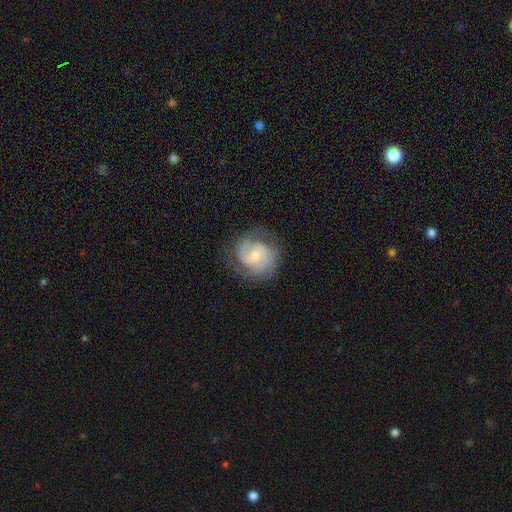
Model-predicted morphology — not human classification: A featured or disk galaxy (65%) with no bar (64%), 2 (53%) tight (43%) spiral arms (88%) and a small central bulge (48%).

Vote fractions:
- Smooth or featured? featured or disk: 65% / smooth: 28% / star or artifact: 7%
- Edge-on disk? no: 98% / yes: 2%
- Bar? no: 64% / weak: 30% / strong: 5%
- Spiral arms? yes: 88% / no: 12%
- Spiral winding? tight: 43% / medium: 42% / loose: 15%
- Spiral arm count? 2: 53% / can't tell: 24% / 3: 12% / 1: 5% / 4: 3% / more than 4: 3%
- Bulge size? small: 48% / moderate: 46% / large: 3% / none: 2% / dominant: 1%
- Merging? none: 69% / minor disturbance: 19% / major disturbance: 10% / merger: 1%